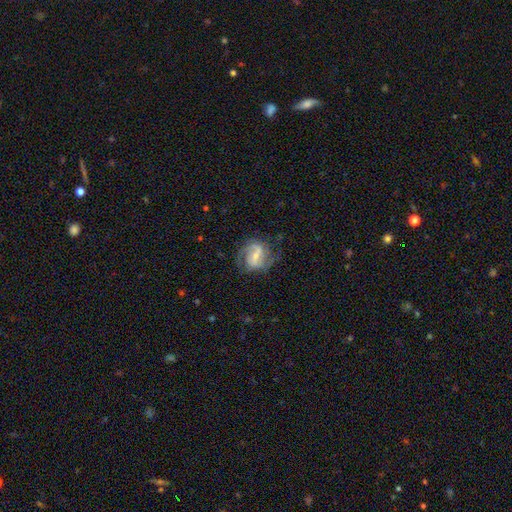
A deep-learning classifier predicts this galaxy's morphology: smooth_or_featured: featured or disk (p=0.79) [alt: smooth p=0.14]
disk_edge_on: no (p=0.97) [alt: yes p=0.03]
bar: weak (p=0.45) [alt: strong p=0.42]
has_spiral_arms: yes (p=0.92) [alt: no p=0.08]
spiral_winding: medium (p=0.49) [alt: loose p=0.27]
spiral_arm_count: 2 (p=0.81) [alt: can't tell p=0.09]
bulge_size: small (p=0.54) [alt: moderate p=0.33]
merging: none (p=0.67) [alt: minor disturbance p=0.19]